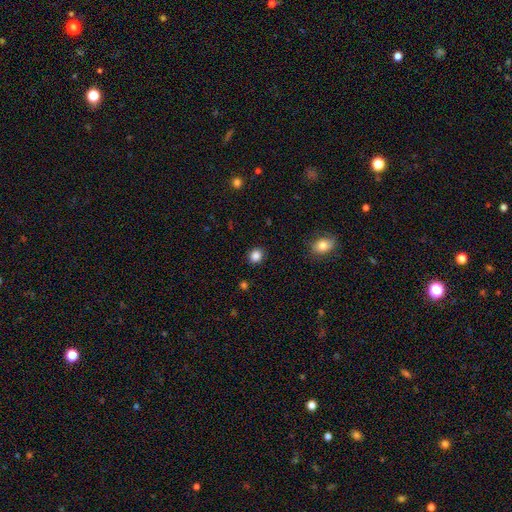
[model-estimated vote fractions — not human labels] Smooth or featured? Predicted: smooth (p=0.85). How rounded? Predicted: round (p=0.81). Merging? Predicted: none (p=0.90).